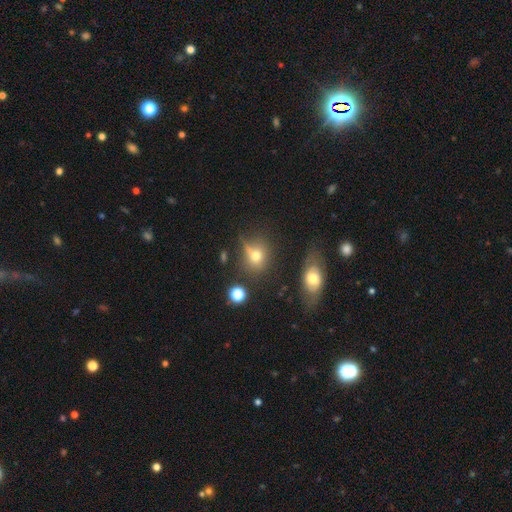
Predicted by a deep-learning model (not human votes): Smooth or featured?
  - smooth: 67% *
  - star or artifact: 17%
  - featured or disk: 16%
How rounded?
  - round: 62% *
  - in between: 36%
  - cigar-shaped: 2%
Merging?
  - none: 54% *
  - minor disturbance: 24%
  - major disturbance: 13%
  - merger: 9%